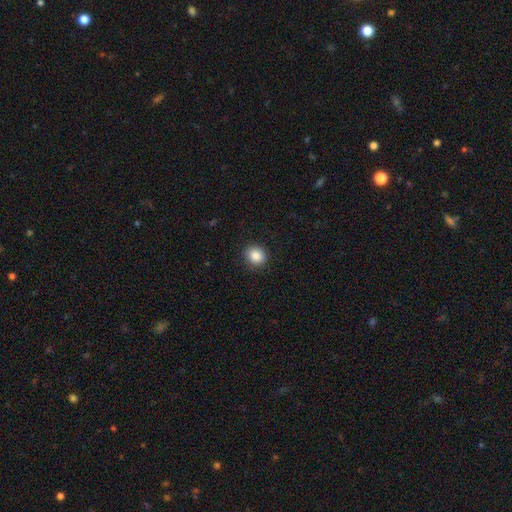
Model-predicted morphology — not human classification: Smooth or featured? smooth (86%)
How rounded? round (79%)
Merging? none (90%)